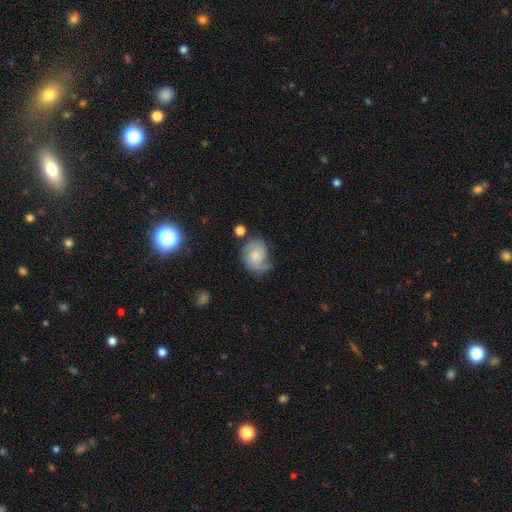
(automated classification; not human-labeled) The model was most divided on "spiral winding": medium: 43%, tight: 37%, loose: 20%. Remaining: edge-on disk — no (98%); spiral arms — yes (90%); bar — no (72%); smooth or featured — featured or disk (64%); spiral arm count — 2 (54%); merging — none (53%); bulge size — small (43%).